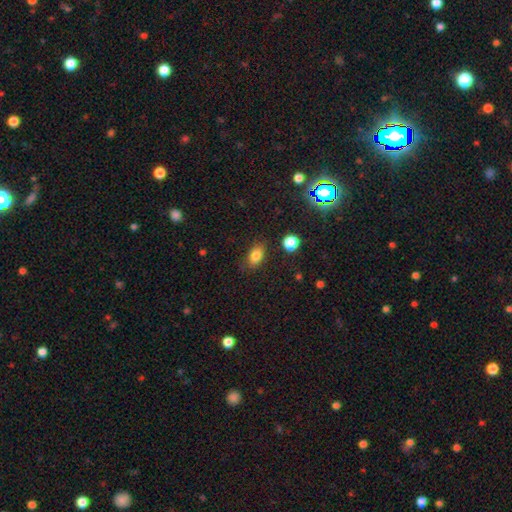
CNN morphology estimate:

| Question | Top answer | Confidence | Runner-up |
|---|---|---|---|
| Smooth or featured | smooth | 81% | star or artifact (11%) |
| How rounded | in between | 83% | round (13%) |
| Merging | none | 81% | minor disturbance (14%) |